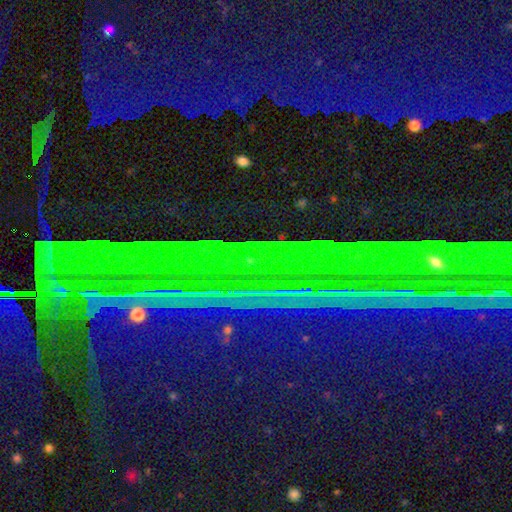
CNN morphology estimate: Smooth or featured?
  - star or artifact: 89% *
  - featured or disk: 6%
  - smooth: 5%